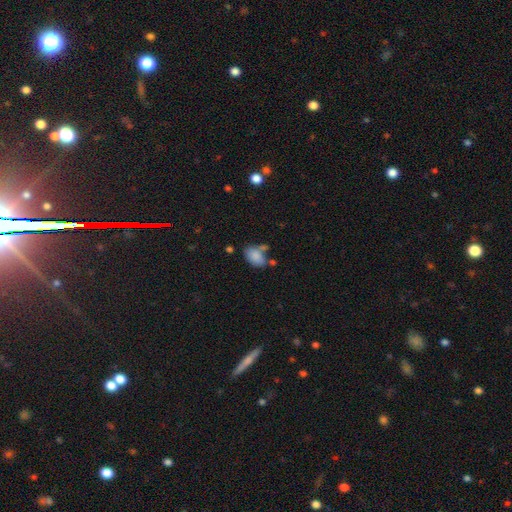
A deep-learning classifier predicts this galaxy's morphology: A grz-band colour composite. It shows a smooth galaxy with no disk features (83%) that is in between round and cigar-shaped (87%). Merging: none (50%).